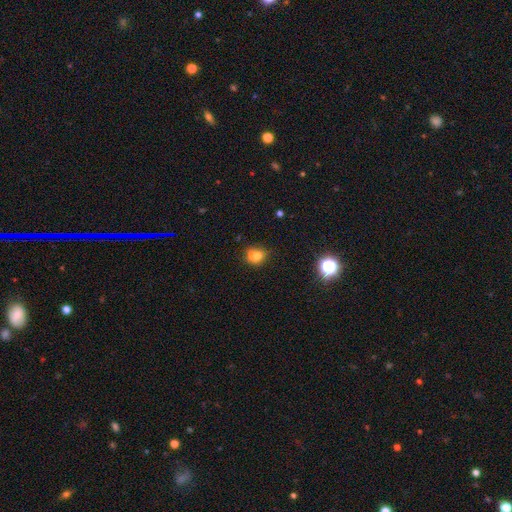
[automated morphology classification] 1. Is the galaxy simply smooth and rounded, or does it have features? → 73% smooth, 14% star or artifact, 13% featured or disk.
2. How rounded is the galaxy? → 62% round, 37% in between, 1% cigar-shaped.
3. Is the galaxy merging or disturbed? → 51% none, 24% minor disturbance, 17% merger, 8% major disturbance.